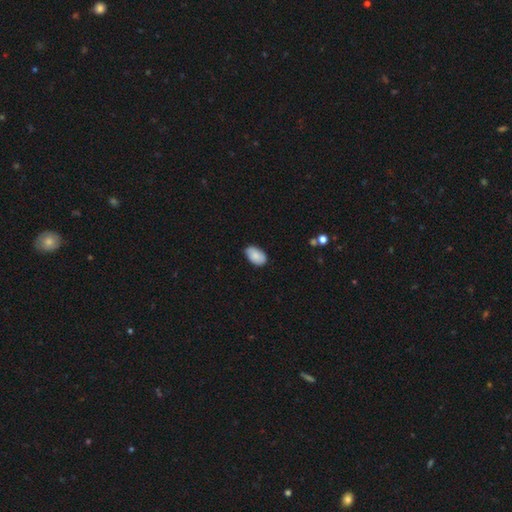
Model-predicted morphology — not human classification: Q: Smooth or featured?
A: smooth (85%); runner-up: featured or disk (8%)
Q: How rounded?
A: in between (93%); runner-up: round (6%)
Q: Merging?
A: none (80%); runner-up: minor disturbance (17%)